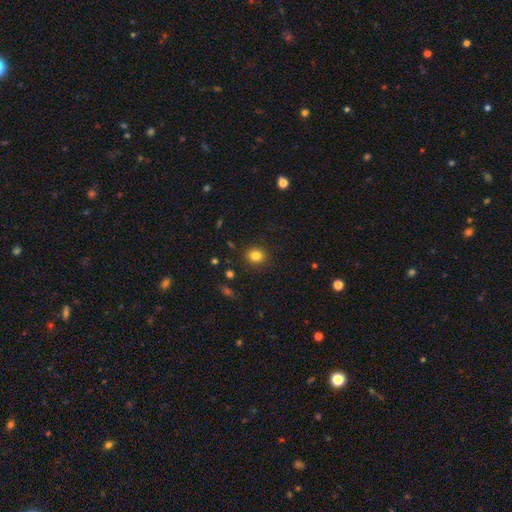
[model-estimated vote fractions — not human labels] This appears to be a smooth galaxy with no disk features (83%) that is round (74%). Merging: none (89%).